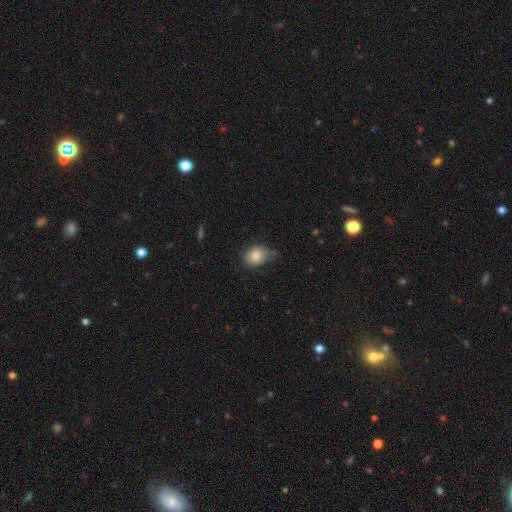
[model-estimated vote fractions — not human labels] Q: Smooth or featured?
A: smooth (78%); runner-up: featured or disk (13%)
Q: How rounded?
A: in between (56%); runner-up: round (43%)
Q: Merging?
A: none (57%); runner-up: minor disturbance (33%)